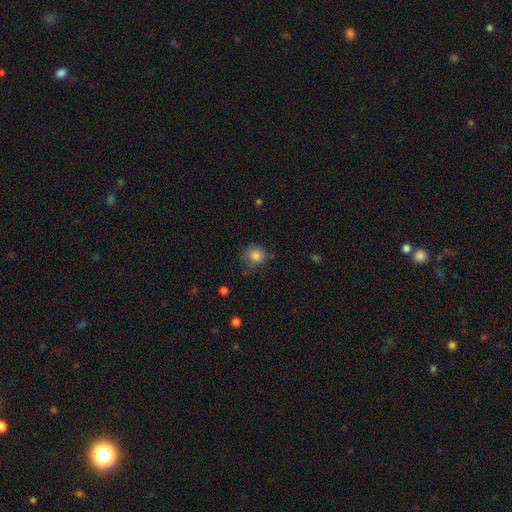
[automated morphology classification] smooth 83%, star or artifact 10%, featured or disk 7%. Down the decision tree: how rounded — round (84%); merging — none (66%).